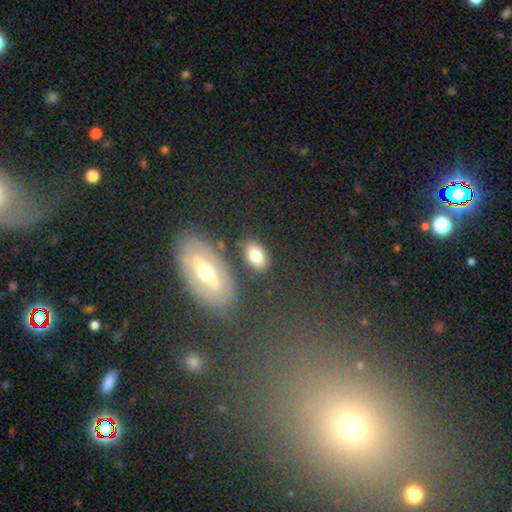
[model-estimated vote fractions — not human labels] Smooth or featured?
  - smooth: 74% *
  - featured or disk: 18%
  - star or artifact: 9%
How rounded?
  - in between: 86% *
  - round: 12%
  - cigar-shaped: 2%
Merging?
  - none: 77% *
  - minor disturbance: 12%
  - merger: 7%
  - major disturbance: 4%